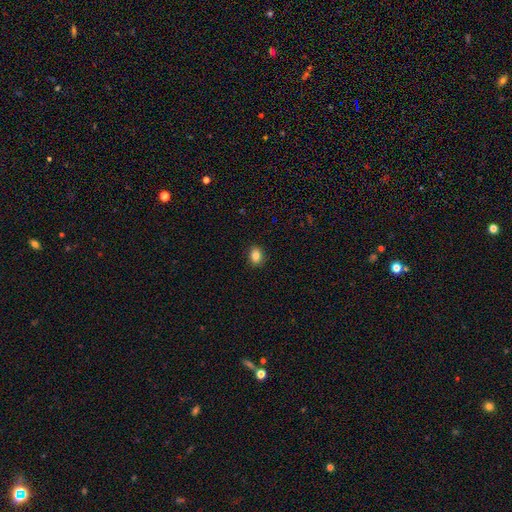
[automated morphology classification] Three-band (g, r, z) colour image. It shows a smooth galaxy with no disk features (84%) that is in between round and cigar-shaped (55%). Merging: none (90%).